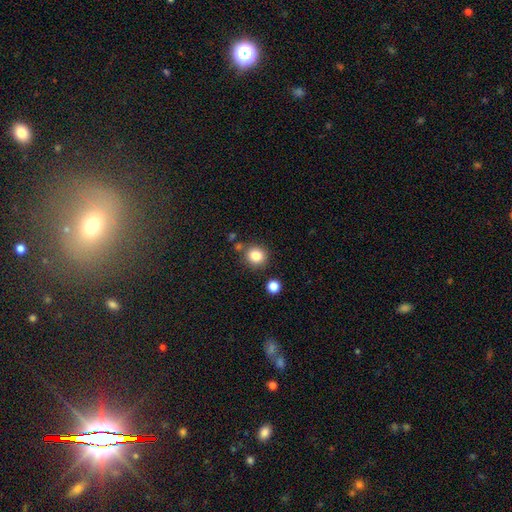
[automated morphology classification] smooth-or-featured: smooth: 84% | star or artifact: 10% | featured or disk: 6%
  how-rounded: round: 86% | in between: 13% | cigar-shaped: 1%
  merging: none: 80% | minor disturbance: 10% | merger: 7% | major disturbance: 3%